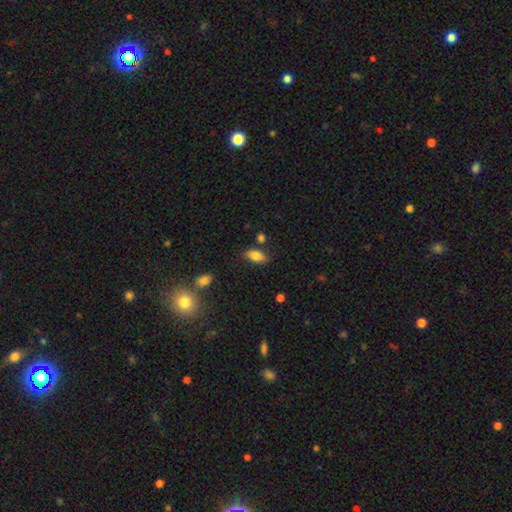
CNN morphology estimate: Smooth or featured? Predicted: smooth (p=0.83). How rounded? Predicted: in between (p=0.91). Merging? Predicted: none (p=0.77).